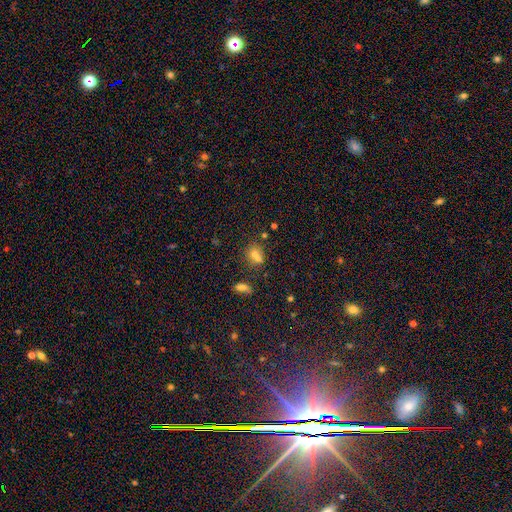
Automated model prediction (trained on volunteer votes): A smooth galaxy with no disk features (64%) that is round (61%).

Vote fractions:
- Smooth or featured? smooth: 64% / star or artifact: 21% / featured or disk: 15%
- How rounded? round: 61% / in between: 37% / cigar-shaped: 2%
- Merging? merger: 43% (tied) / none: 43% (tied) / minor disturbance: 10% / major disturbance: 4%